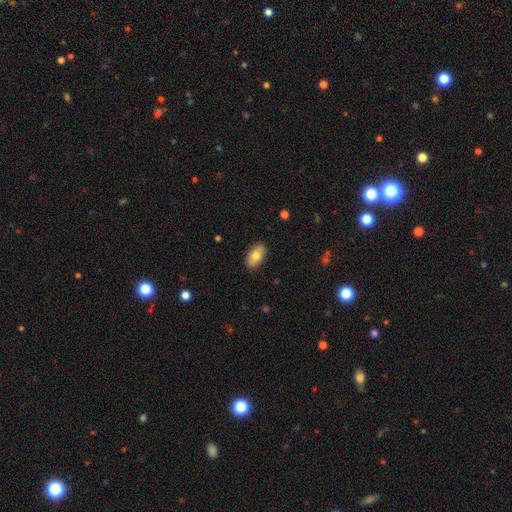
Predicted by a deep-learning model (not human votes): smooth-or-featured: smooth: 76% | featured or disk: 17% | star or artifact: 7%
  how-rounded: in between: 92% | round: 4% | cigar-shaped: 4%
  merging: none: 88% | minor disturbance: 9% | major disturbance: 2% | merger: 1%